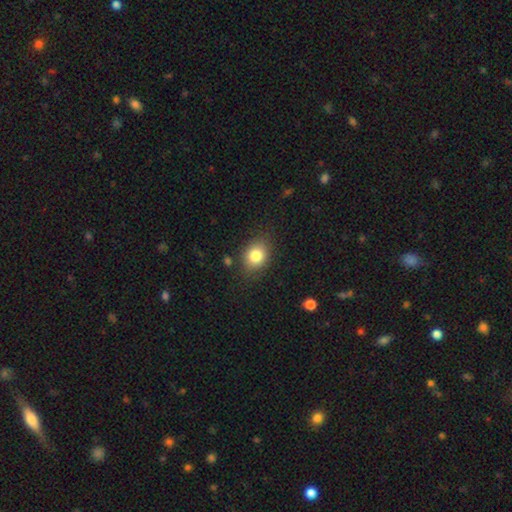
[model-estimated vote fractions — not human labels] Q: Smooth or featured?
A: smooth (82%); runner-up: star or artifact (9%)
Q: How rounded?
A: in between (60%); runner-up: round (39%)
Q: Merging?
A: none (80%); runner-up: minor disturbance (14%)